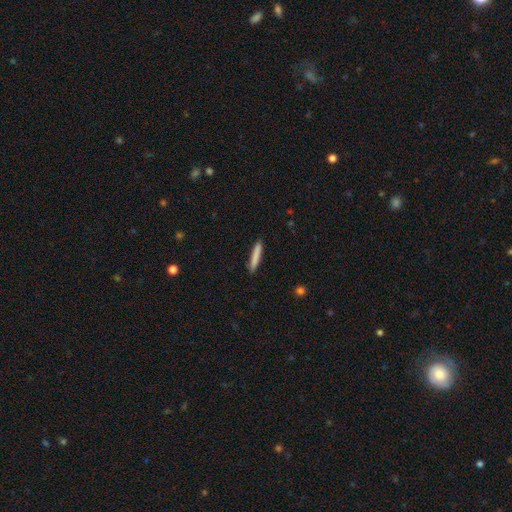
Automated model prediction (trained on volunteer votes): smooth_or_featured: smooth (p=0.82) [alt: featured or disk p=0.12]
how_rounded: cigar-shaped (p=0.94) [alt: in between p=0.05]
merging: none (p=0.90) [alt: minor disturbance p=0.08]